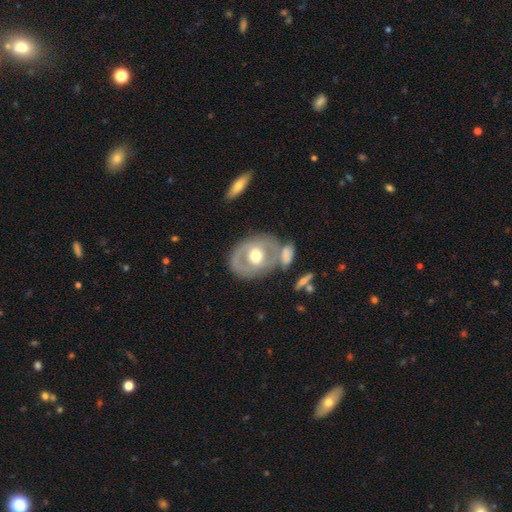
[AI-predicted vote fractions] smooth-or-featured: featured or disk: 60% | smooth: 34% | star or artifact: 6%
  disk-edge-on: no: 93% | yes: 7%
    bar: no: 66% | weak: 24% | strong: 10%
    has-spiral-arms: no: 65% | yes: 35%
    bulge-size: moderate: 73% | large: 15% | small: 9% | dominant: 1% | none: 1%
  merging: none: 60% | minor disturbance: 16% | merger: 16% | major disturbance: 8%